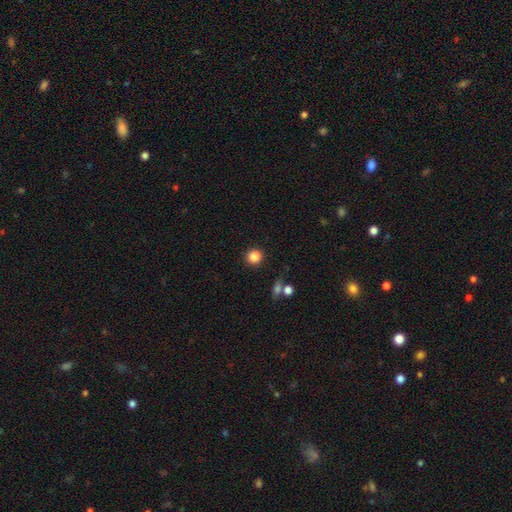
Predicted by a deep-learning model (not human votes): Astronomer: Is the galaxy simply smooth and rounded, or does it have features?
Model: smooth — 85%.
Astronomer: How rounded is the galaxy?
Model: round — 91%.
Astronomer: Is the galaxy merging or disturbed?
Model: none — 89%.